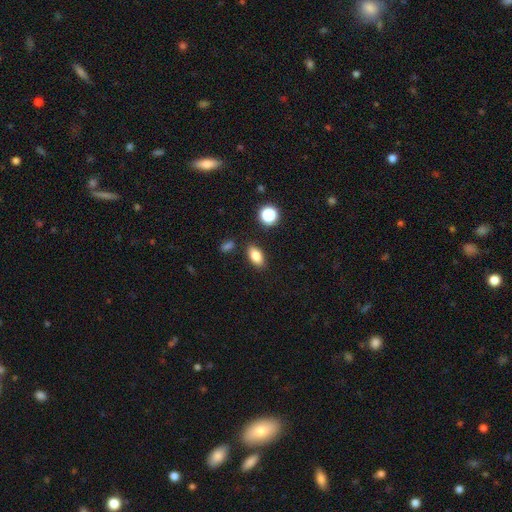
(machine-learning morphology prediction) A smooth galaxy with no disk features (82%) that is in between round and cigar-shaped (86%).

Vote fractions:
- Smooth or featured? smooth: 82% / star or artifact: 10% / featured or disk: 8%
- How rounded? in between: 86% / round: 7% / cigar-shaped: 7%
- Merging? none: 86% / minor disturbance: 9% / merger: 3% / major disturbance: 2%